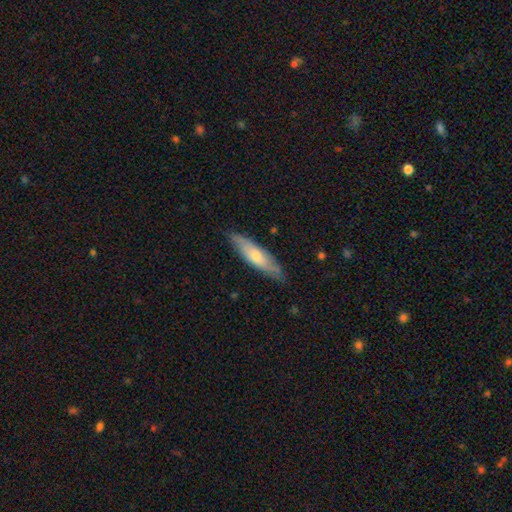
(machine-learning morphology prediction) Smooth or featured: smooth — 56% (featured or disk — 38%)
How rounded: cigar-shaped — 68% (in between — 31%)
Merging: none — 81% (minor disturbance — 15%)